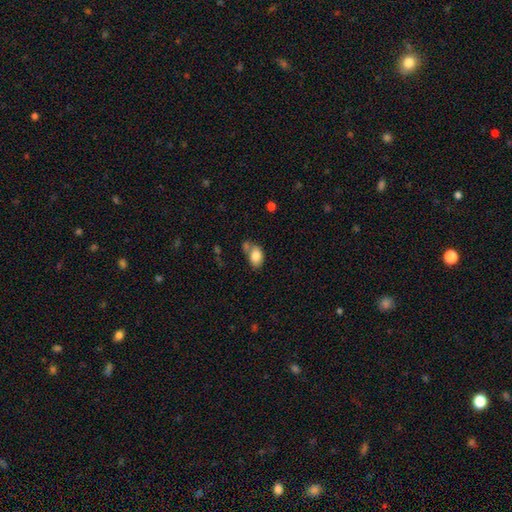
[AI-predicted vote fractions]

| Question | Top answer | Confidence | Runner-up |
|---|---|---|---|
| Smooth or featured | smooth | 83% | featured or disk (9%) |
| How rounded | in between | 84% | round (14%) |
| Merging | none | 48% | merger (26%) |